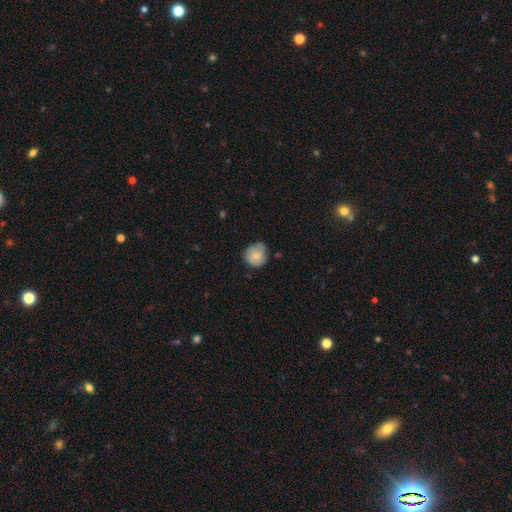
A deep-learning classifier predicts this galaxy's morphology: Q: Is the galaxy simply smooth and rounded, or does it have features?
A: smooth — 74%.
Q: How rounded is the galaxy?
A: round — 87%.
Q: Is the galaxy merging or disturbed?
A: none — 65%.